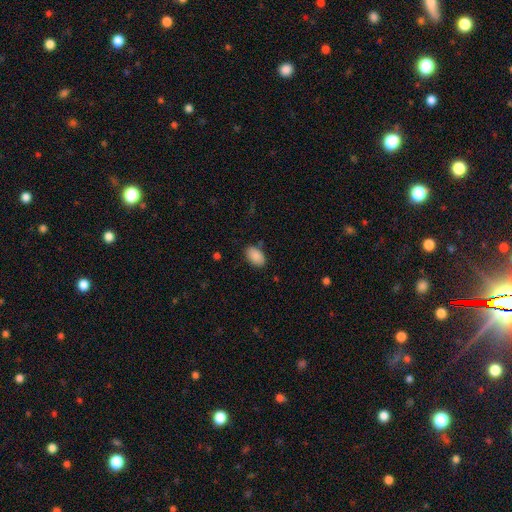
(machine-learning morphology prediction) The model was most divided on "merging": none: 84%, minor disturbance: 12%, major disturbance: 3%, merger: 2%. More confident: how rounded — in between (92%); smooth or featured — smooth (89%).